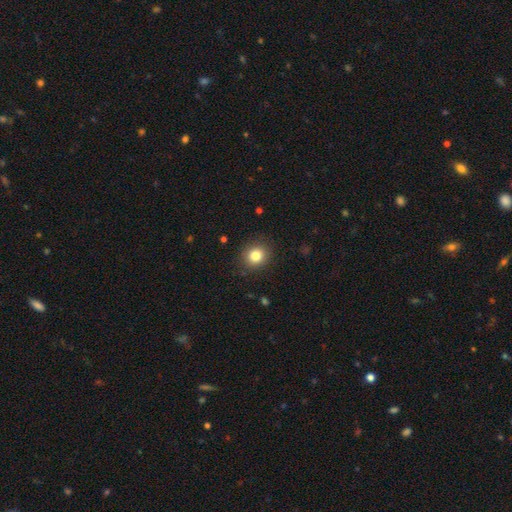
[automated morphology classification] The model was most divided on "how rounded": round: 82%, in between: 18%, cigar-shaped: 1%. More confident: merging — none (89%); smooth or featured — smooth (82%).